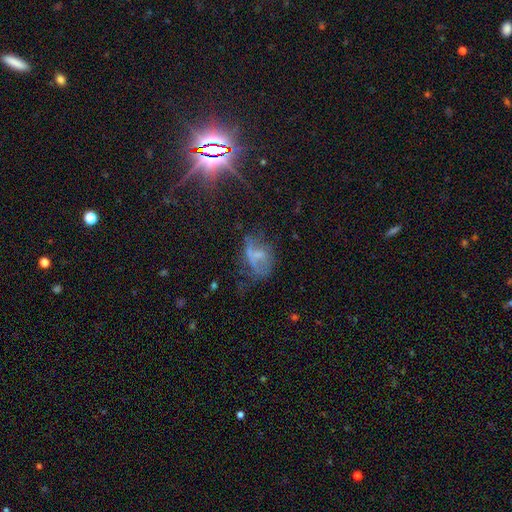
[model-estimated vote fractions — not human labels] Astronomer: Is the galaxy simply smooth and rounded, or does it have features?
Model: featured or disk — 41% (runner-up: smooth, 37%).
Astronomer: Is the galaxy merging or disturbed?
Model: none — 34%, tied with major disturbance at 34%.